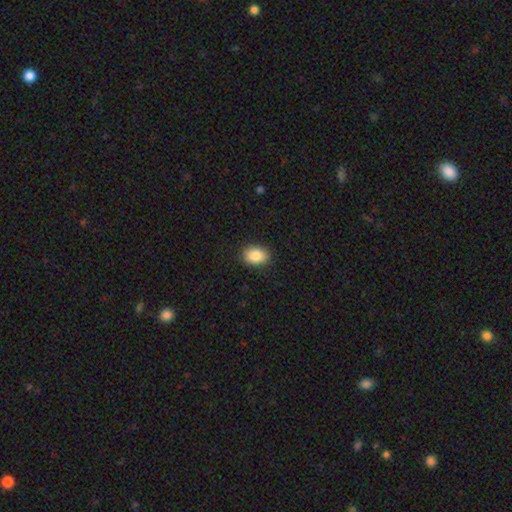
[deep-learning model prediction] smooth-or-featured: smooth: 87% | star or artifact: 8% | featured or disk: 6%
  how-rounded: in between: 74% | round: 25% | cigar-shaped: 1%
  merging: none: 88% | minor disturbance: 8% | major disturbance: 2% | merger: 1%